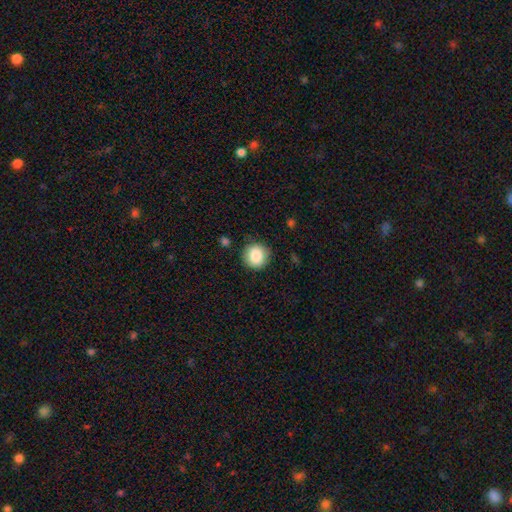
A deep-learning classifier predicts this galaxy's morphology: This is clearly a smooth galaxy (87%). How rounded: clearly round (92%). Merging: clearly none (86%).